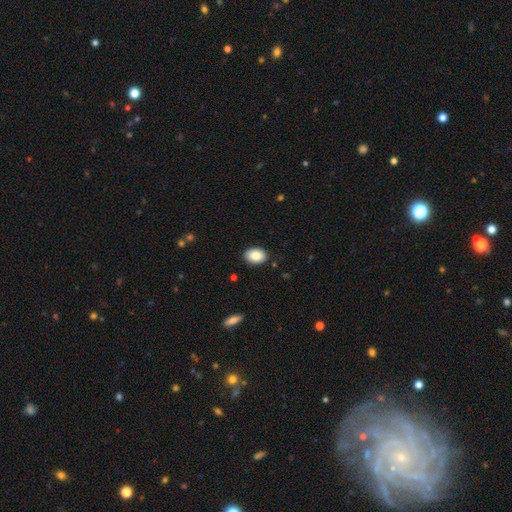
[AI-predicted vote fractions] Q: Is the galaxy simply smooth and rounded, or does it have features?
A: smooth — 87%.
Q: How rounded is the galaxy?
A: in between — 82%.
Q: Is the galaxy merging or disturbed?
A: none — 89%.